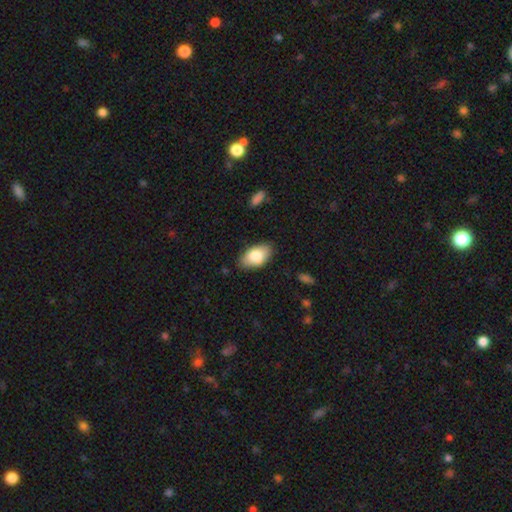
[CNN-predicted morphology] The model was most divided on "smooth or featured": smooth: 81%, featured or disk: 13%, star or artifact: 6%. More confident: how rounded — in between (94%); merging — none (83%).